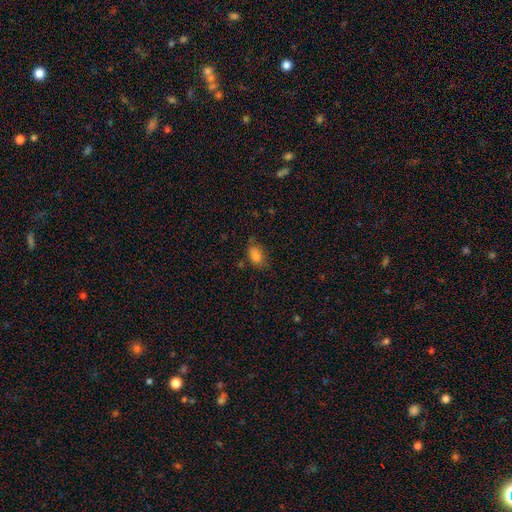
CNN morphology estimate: The model was most divided on "merging": none: 69%, minor disturbance: 22%, major disturbance: 5%, merger: 3%. More confident: how rounded — in between (84%); smooth or featured — smooth (82%).